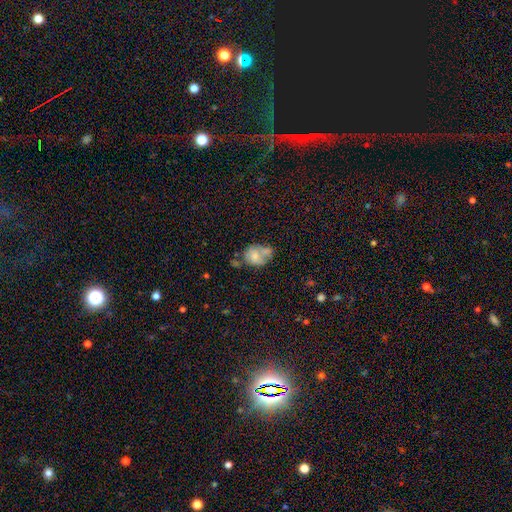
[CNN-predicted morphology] Q: Smooth or featured?
A: smooth (57%); runner-up: featured or disk (33%)
Q: How rounded?
A: in between (60%); runner-up: round (39%)
Q: Merging?
A: merger (37%); runner-up: none (27%)